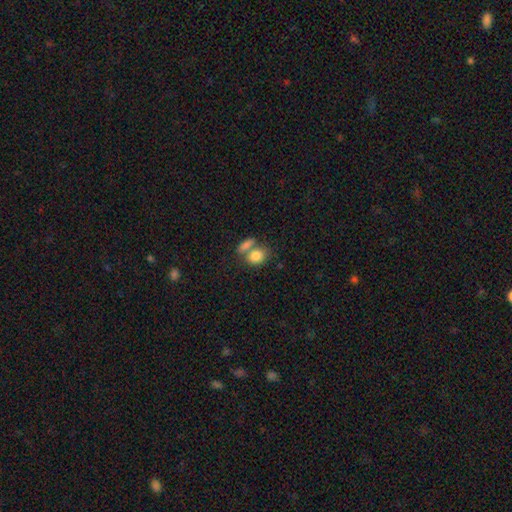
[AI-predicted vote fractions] Smooth or featured? smooth (83%)
How rounded? in between (67%)
Merging? merger (44%)